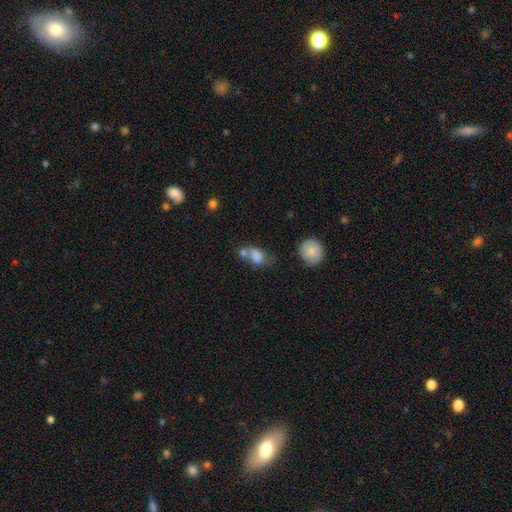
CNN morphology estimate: smooth 77%, featured or disk 13%, star or artifact 10%. Down the decision tree: how rounded — in between (75%); merging — merger (39%).